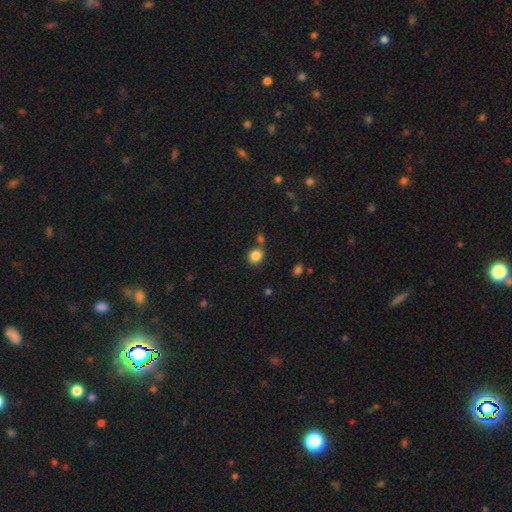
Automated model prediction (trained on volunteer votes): Smooth or featured? smooth (86%)
How rounded? round (71%)
Merging? none (70%)